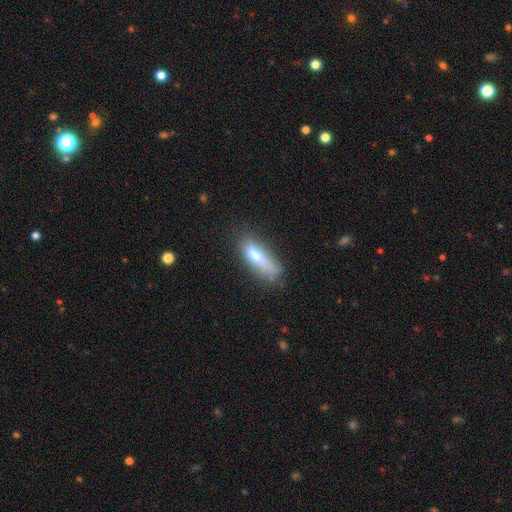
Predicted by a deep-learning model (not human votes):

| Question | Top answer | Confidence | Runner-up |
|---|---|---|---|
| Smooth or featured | smooth | 70% | featured or disk (21%) |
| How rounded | in between | 53% | cigar-shaped (44%) |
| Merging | none | 49% | minor disturbance (30%) |